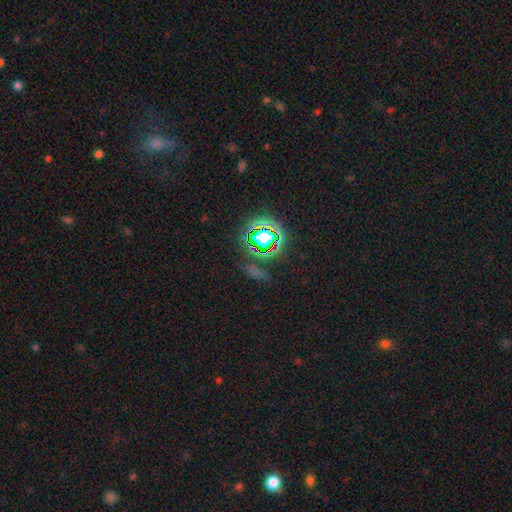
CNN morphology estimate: star or artifact 75%, smooth 16%, featured or disk 9%.